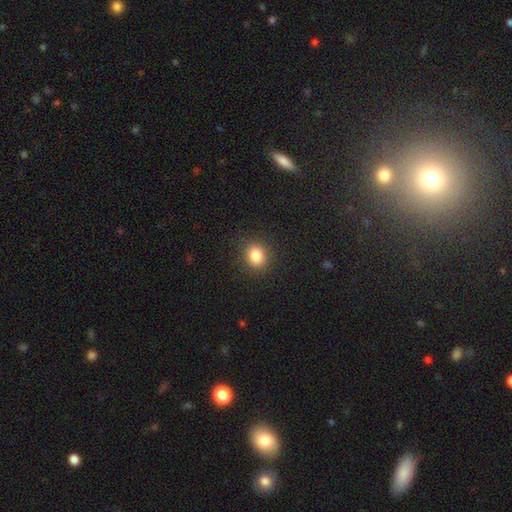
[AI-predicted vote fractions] Smooth or featured: smooth — 84% (star or artifact — 11%)
How rounded: round — 73% (in between — 26%)
Merging: none — 89% (minor disturbance — 7%)